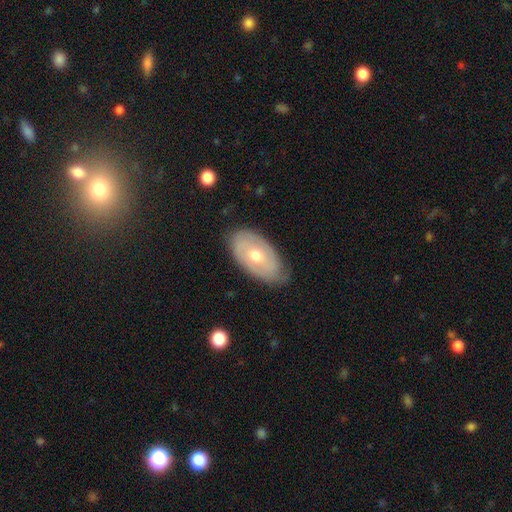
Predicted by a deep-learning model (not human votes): A featured or disk galaxy (57%) with no bar (79%), spiral arms (57%) and a moderate central bulge (71%). Merging: none (70%).